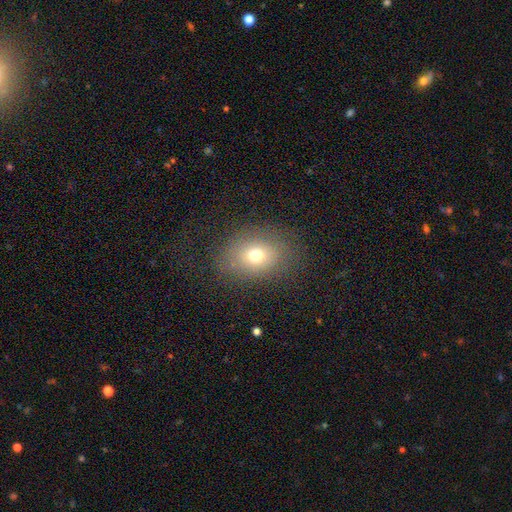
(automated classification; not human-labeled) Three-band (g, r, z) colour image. It shows a smooth galaxy with no disk features (71%) that is in between round and cigar-shaped (60%). Merging: none (79%).